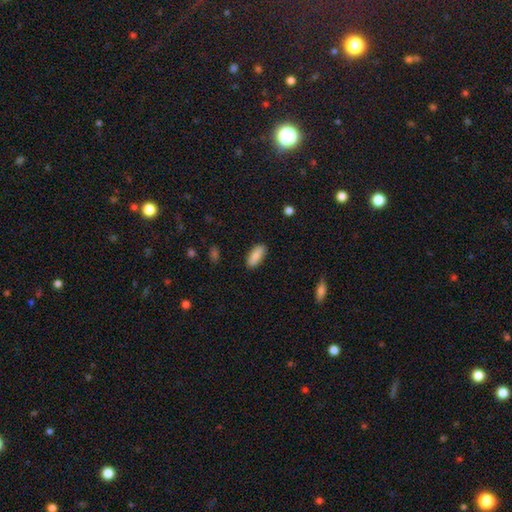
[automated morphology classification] Q: Smooth or featured?
A: smooth (86%); runner-up: featured or disk (8%)
Q: How rounded?
A: in between (78%); runner-up: cigar-shaped (20%)
Q: Merging?
A: none (88%); runner-up: minor disturbance (9%)